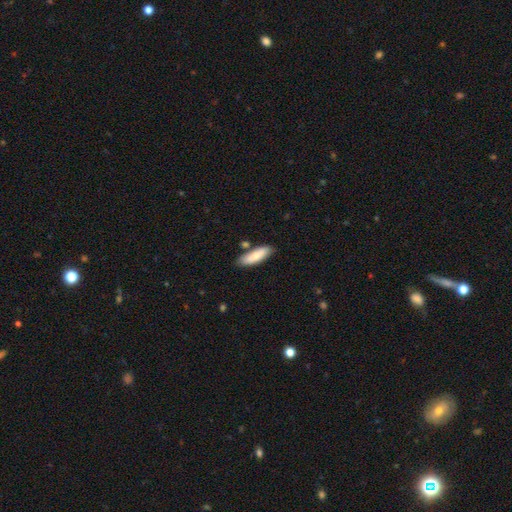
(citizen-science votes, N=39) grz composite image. It shows a smooth galaxy with no disk features (77%) that is in between round and cigar-shaped (53%). Merging: none (83%).